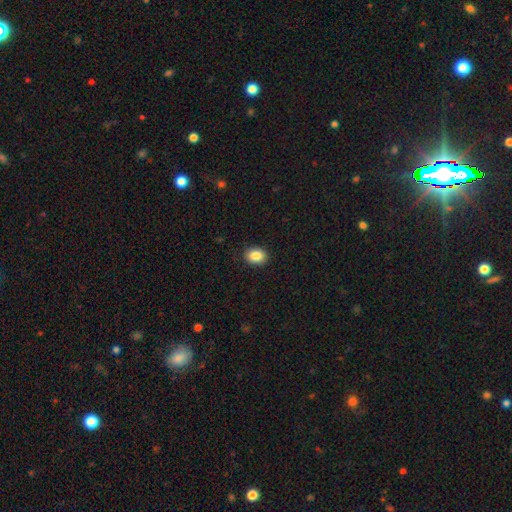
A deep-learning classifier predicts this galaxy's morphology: Smooth or featured?
  - smooth: 86% *
  - star or artifact: 9%
  - featured or disk: 5%
How rounded?
  - in between: 61% *
  - round: 38%
  - cigar-shaped: 1%
Merging?
  - none: 90% *
  - minor disturbance: 7%
  - major disturbance: 2%
  - merger: 1%